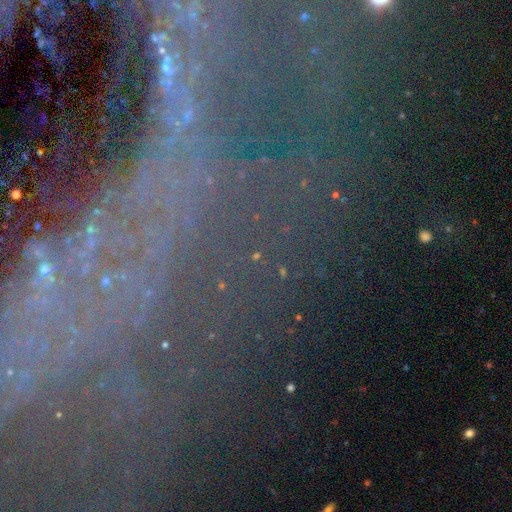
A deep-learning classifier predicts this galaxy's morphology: This is likely a star or artifact rather than a galaxy (64%).